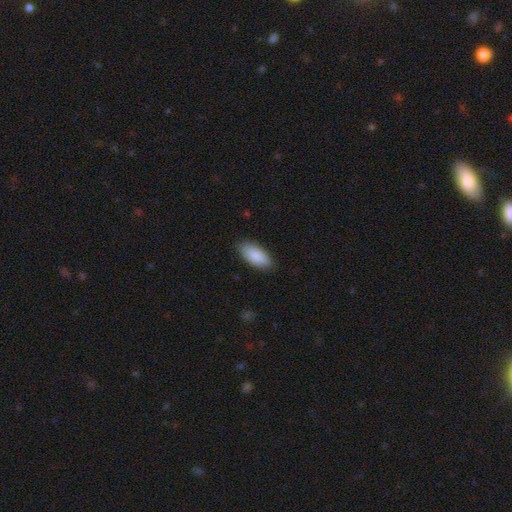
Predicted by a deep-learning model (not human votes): A smooth galaxy with no disk features (89%) that is in between round and cigar-shaped (91%).

Vote fractions:
- Smooth or featured? smooth: 89% / featured or disk: 6% / star or artifact: 6%
- How rounded? in between: 91% / cigar-shaped: 7% / round: 2%
- Merging? none: 86% / minor disturbance: 11% / major disturbance: 2% / merger: 1%